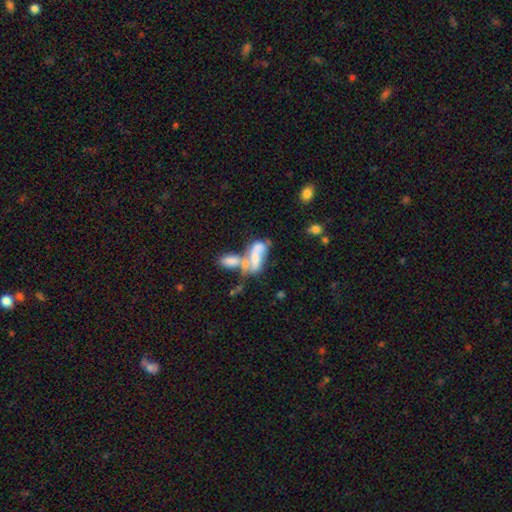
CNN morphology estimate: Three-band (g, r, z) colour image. It shows a smooth galaxy with no disk features (47%). Merging: merger (66%).